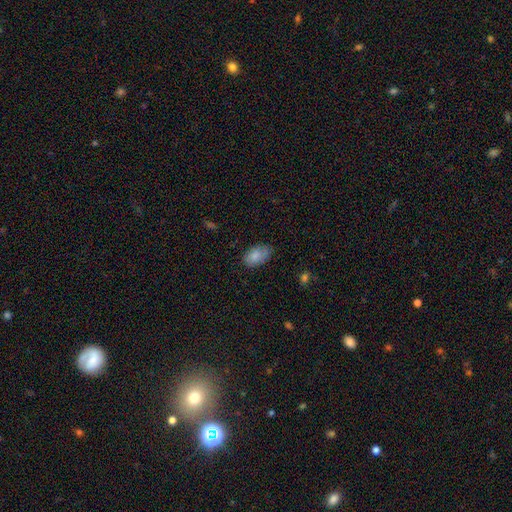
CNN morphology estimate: smooth_or_featured: smooth (p=0.82) [alt: featured or disk p=0.11]
how_rounded: in between (p=0.93) [alt: round p=0.06]
merging: none (p=0.71) [alt: minor disturbance p=0.23]